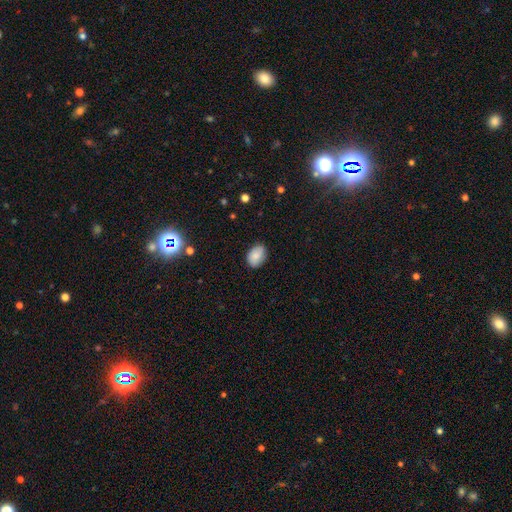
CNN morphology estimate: smooth_or_featured: smooth (p=0.82) [alt: featured or disk p=0.10]
how_rounded: in between (p=0.81) [alt: round p=0.18]
merging: none (p=0.81) [alt: minor disturbance p=0.15]